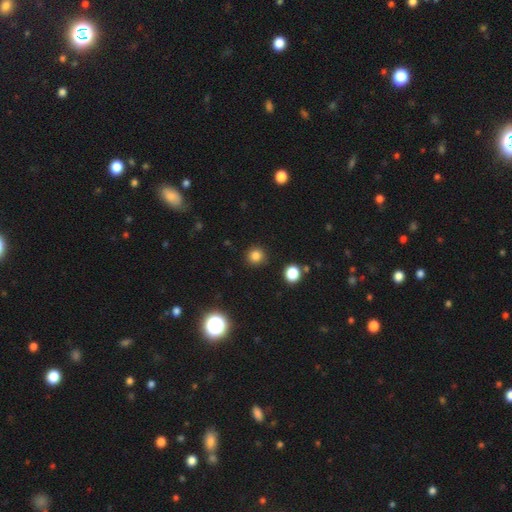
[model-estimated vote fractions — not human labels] The model was most divided on "smooth or featured": smooth: 82%, star or artifact: 14%, featured or disk: 4%. More confident: how rounded — round (93%); merging — none (90%).